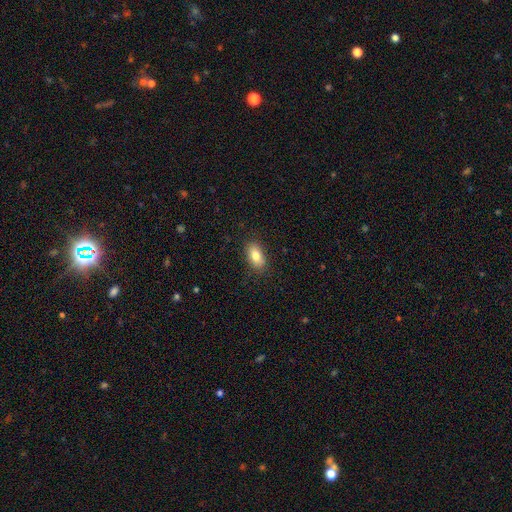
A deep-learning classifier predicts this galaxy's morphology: Smooth or featured?
  - smooth: 82% *
  - featured or disk: 10%
  - star or artifact: 8%
How rounded?
  - in between: 91% *
  - round: 6%
  - cigar-shaped: 4%
Merging?
  - none: 86% *
  - minor disturbance: 11%
  - major disturbance: 3%
  - merger: 1%